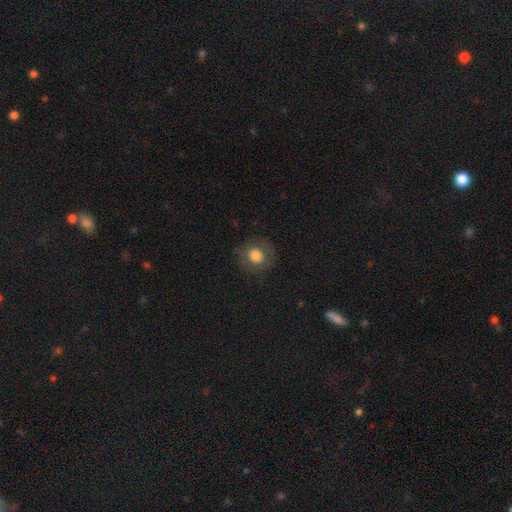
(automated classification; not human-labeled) The model was most divided on "smooth or featured": smooth: 74%, featured or disk: 17%, star or artifact: 9%. More confident: how rounded — round (84%); merging — none (83%).